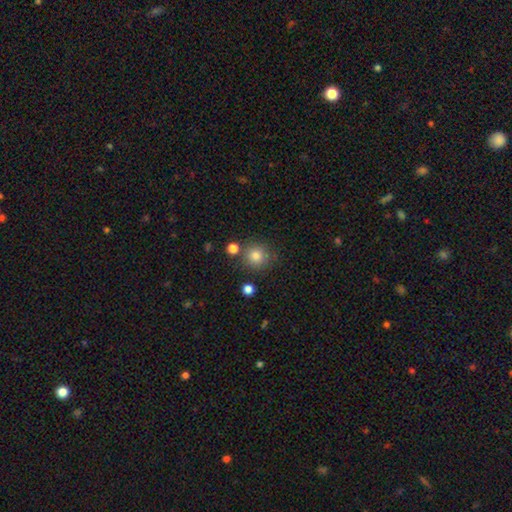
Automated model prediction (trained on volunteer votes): Smooth or featured? Predicted: smooth (p=0.82). How rounded? Predicted: round (p=0.91). Merging? Predicted: none (p=0.80).